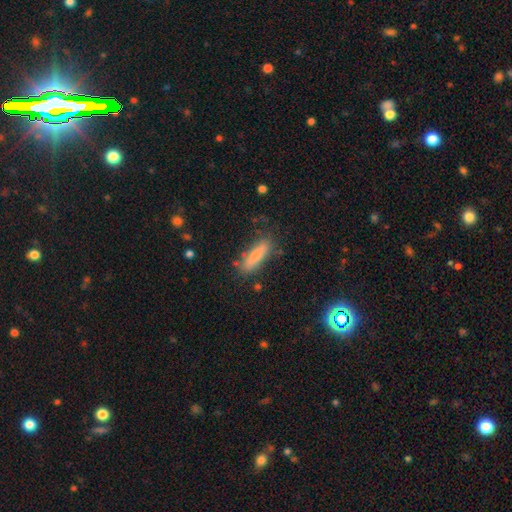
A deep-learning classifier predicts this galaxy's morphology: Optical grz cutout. It shows a smooth galaxy with no disk features (80%) that is cigar-shaped (65%). Merging: none (73%).